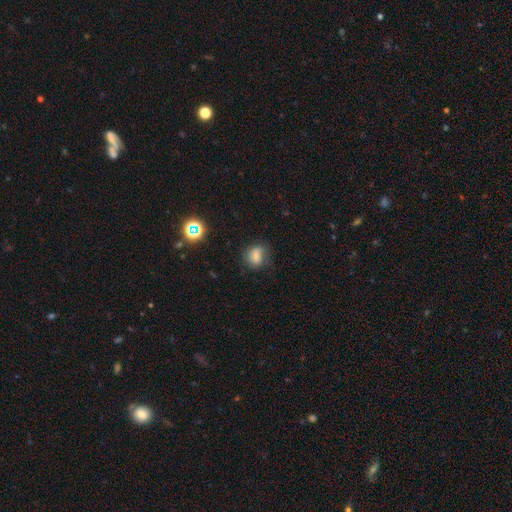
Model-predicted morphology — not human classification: Smooth or featured: smooth — 69% (featured or disk — 16%)
How rounded: round — 52% (in between — 46%)
Merging: none — 63% (minor disturbance — 24%)